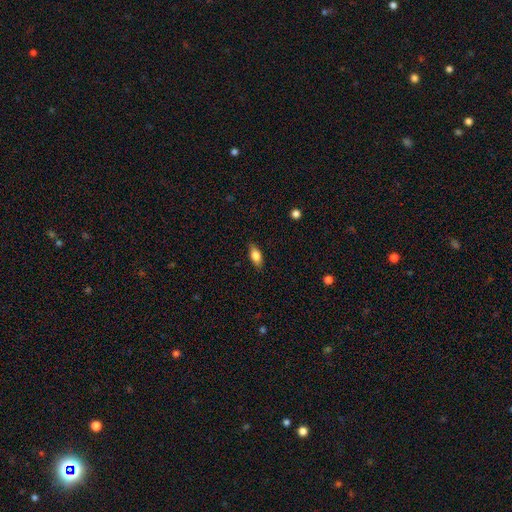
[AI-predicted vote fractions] Smooth or featured: smooth — 80% (featured or disk — 12%)
How rounded: in between — 86% (cigar-shaped — 9%)
Merging: none — 86% (minor disturbance — 11%)